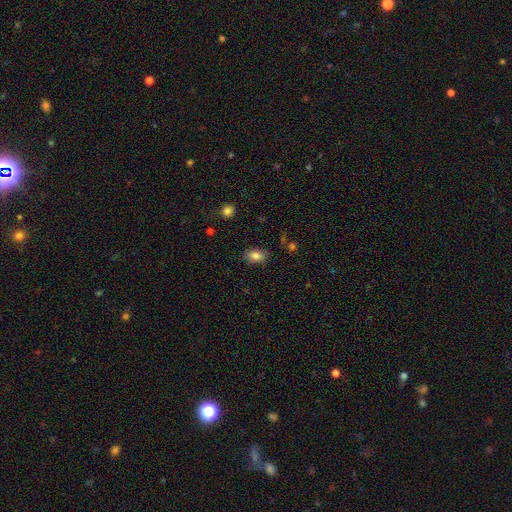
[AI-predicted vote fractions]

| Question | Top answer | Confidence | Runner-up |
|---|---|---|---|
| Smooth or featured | smooth | 83% | star or artifact (9%) |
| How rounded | in between | 85% | round (14%) |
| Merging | none | 83% | minor disturbance (12%) |